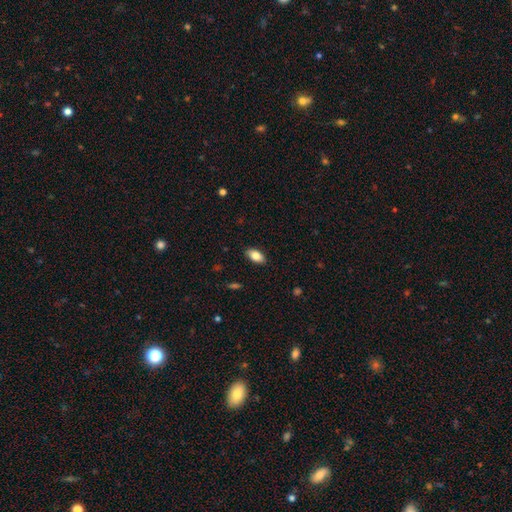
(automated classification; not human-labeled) Morphology: type=smooth (82%); roundness=in between (92%); merging=none (88%).